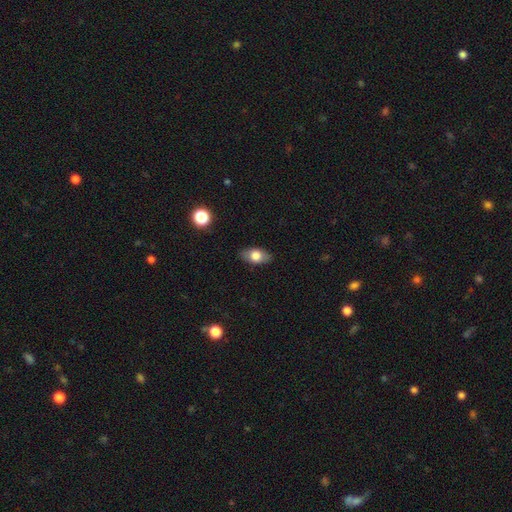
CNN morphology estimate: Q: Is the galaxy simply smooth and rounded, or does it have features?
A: smooth — 73%.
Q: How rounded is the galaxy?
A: in between — 87%.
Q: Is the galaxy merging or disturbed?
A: none — 85%.